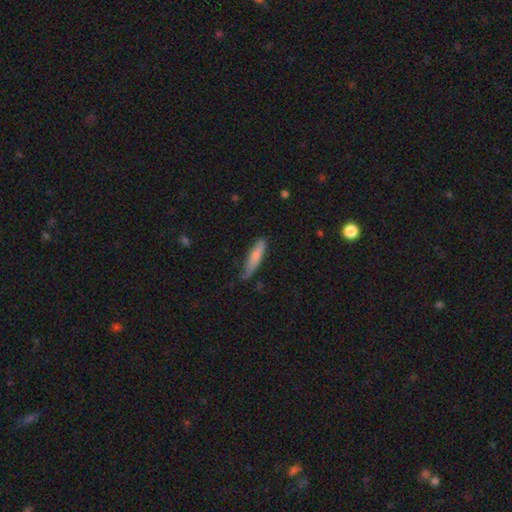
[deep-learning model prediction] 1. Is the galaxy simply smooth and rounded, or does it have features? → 74% smooth, 20% featured or disk, 6% star or artifact.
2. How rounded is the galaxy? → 81% cigar-shaped, 18% in between, 2% round.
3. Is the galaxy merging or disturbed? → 59% none, 33% minor disturbance, 6% major disturbance, 2% merger.